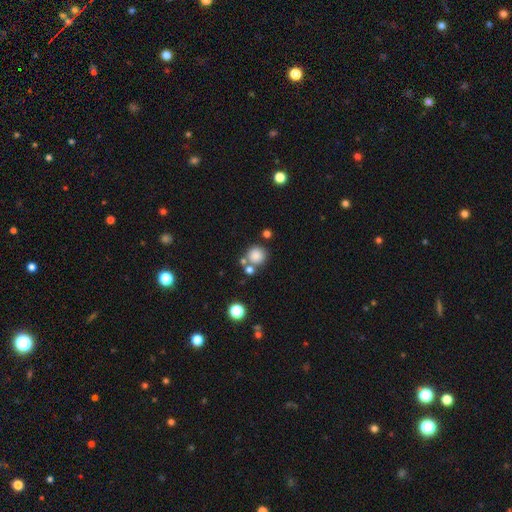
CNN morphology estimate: smooth_or_featured: smooth (p=0.82) [alt: star or artifact p=0.11]
how_rounded: round (p=0.91) [alt: in between p=0.08]
merging: none (p=0.67) [alt: merger p=0.20]